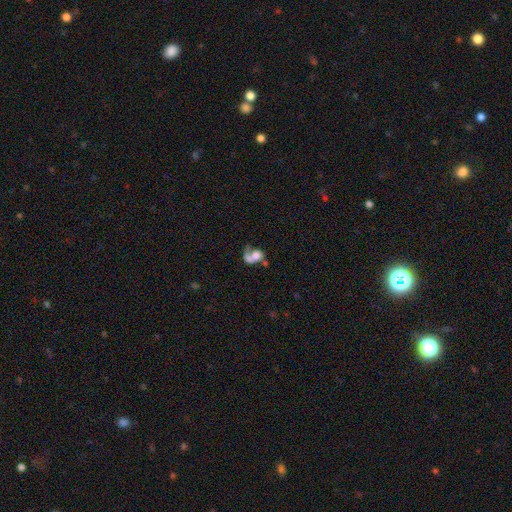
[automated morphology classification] type=smooth (45%, tied with featured or disk); merging=merger (44%).